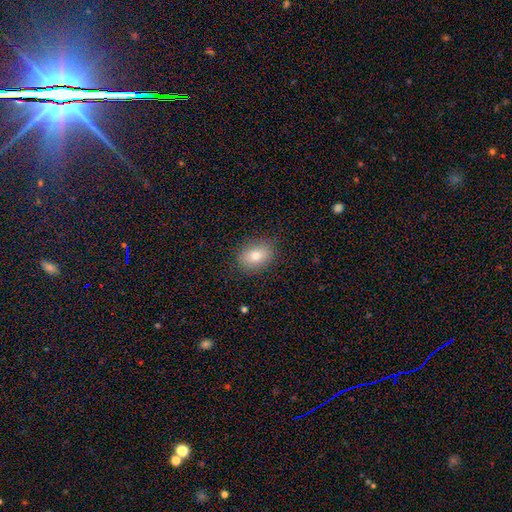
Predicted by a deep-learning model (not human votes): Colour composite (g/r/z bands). It shows a smooth galaxy with no disk features (79%) that is in between round and cigar-shaped (72%). Merging: none (84%).